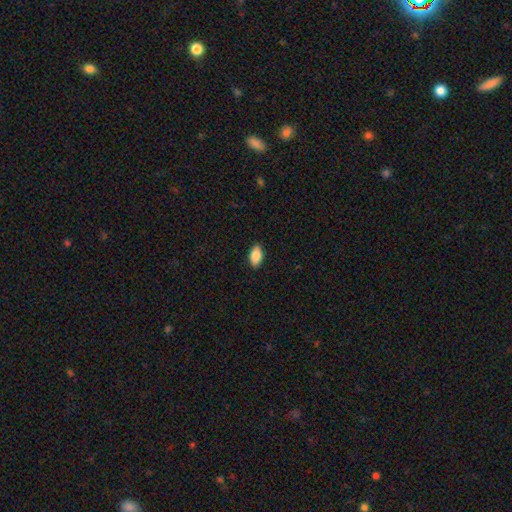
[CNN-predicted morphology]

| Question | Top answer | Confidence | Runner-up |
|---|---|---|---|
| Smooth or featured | smooth | 88% | star or artifact (7%) |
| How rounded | in between | 94% | round (4%) |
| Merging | none | 89% | minor disturbance (8%) |